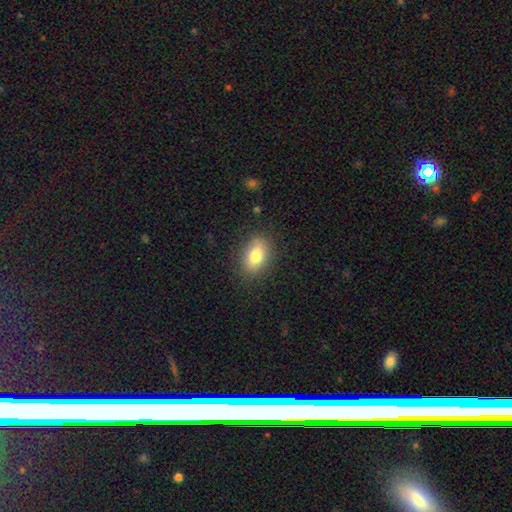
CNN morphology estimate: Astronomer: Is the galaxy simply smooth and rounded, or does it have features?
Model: smooth — 78%.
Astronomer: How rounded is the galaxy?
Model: in between — 84%.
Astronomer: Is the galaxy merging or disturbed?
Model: none — 84%.